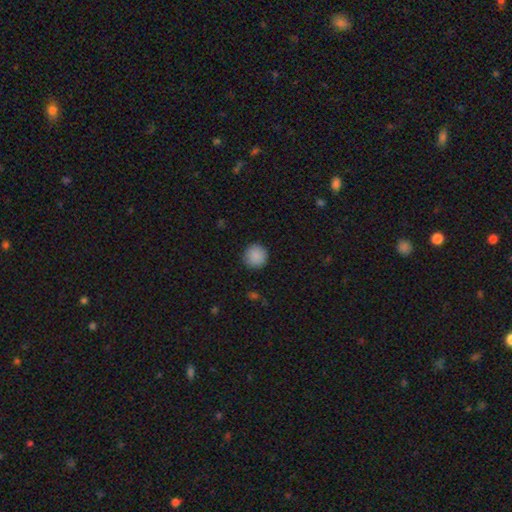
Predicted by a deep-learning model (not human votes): Q: Smooth or featured?
A: smooth (89%); runner-up: star or artifact (8%)
Q: How rounded?
A: round (95%); runner-up: in between (4%)
Q: Merging?
A: none (90%); runner-up: minor disturbance (7%)